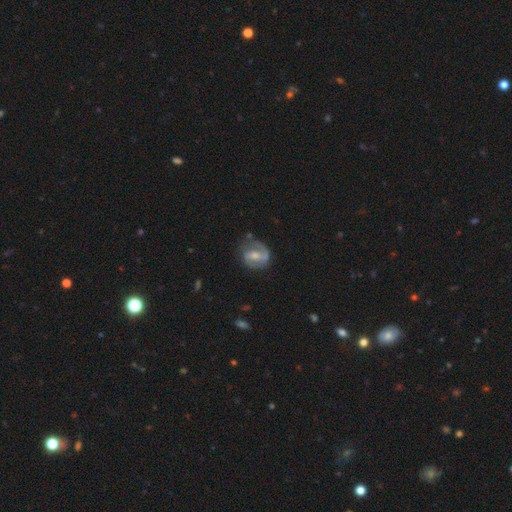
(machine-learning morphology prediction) smooth-or-featured: featured or disk: 75% | smooth: 19% | star or artifact: 6%
  disk-edge-on: no: 97% | yes: 3%
    bar: weak: 47% | strong: 31% | no: 22%
    has-spiral-arms: yes: 88% | no: 12%
      spiral-winding: medium: 48% | tight: 27% | loose: 25%
      spiral-arm-count: 2: 78% | 1: 12% | can't tell: 7% | 3: 1% | 4: 1% | more than 4: 1%
    bulge-size: moderate: 58% | small: 34% | large: 4% | none: 3% | dominant: 1%
  merging: none: 68% | minor disturbance: 20% | major disturbance: 9% | merger: 3%